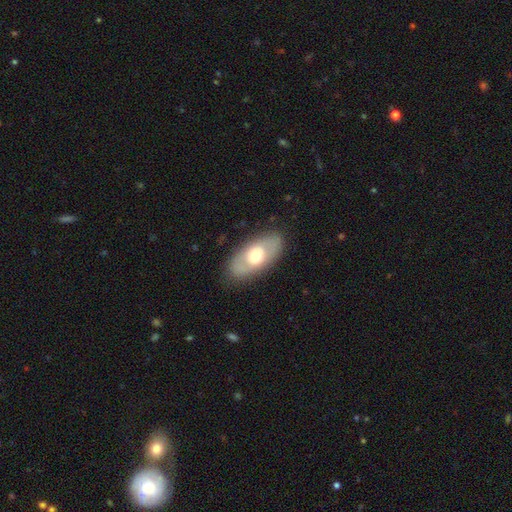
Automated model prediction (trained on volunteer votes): This appears to be a smooth galaxy with no disk features (54%) that is in between round and cigar-shaped (90%). Merging: none (83%).